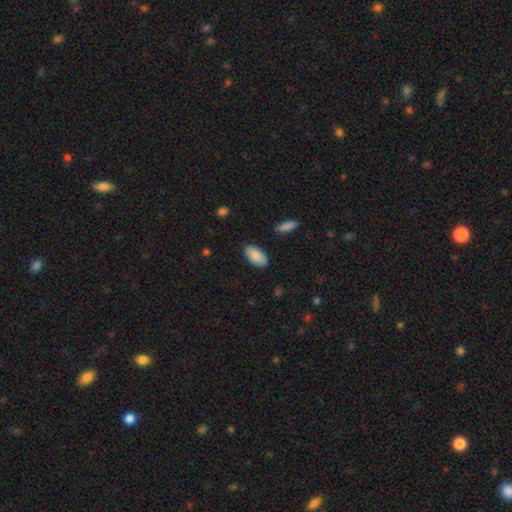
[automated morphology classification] A smooth galaxy with no disk features (88%) that is in between round and cigar-shaped (95%).

Vote fractions:
- Smooth or featured? smooth: 88% / featured or disk: 6% / star or artifact: 6%
- How rounded? in between: 95% / cigar-shaped: 3% / round: 2%
- Merging? none: 85% / minor disturbance: 11% / major disturbance: 2% / merger: 2%